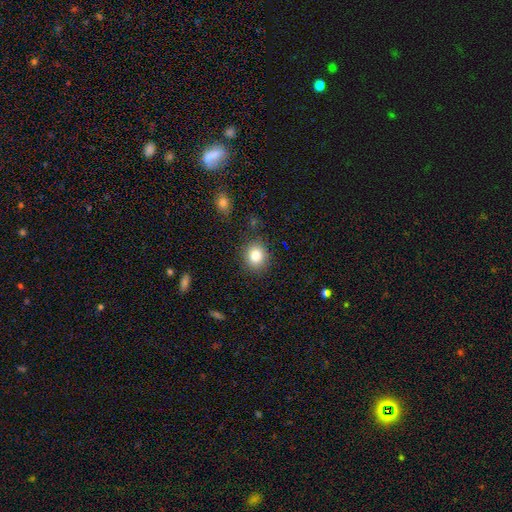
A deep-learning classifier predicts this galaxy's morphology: Smooth or featured?
  - smooth: 82% *
  - star or artifact: 11%
  - featured or disk: 8%
How rounded?
  - round: 79% *
  - in between: 21%
  - cigar-shaped: 1%
Merging?
  - none: 88% *
  - minor disturbance: 8%
  - major disturbance: 2%
  - merger: 2%